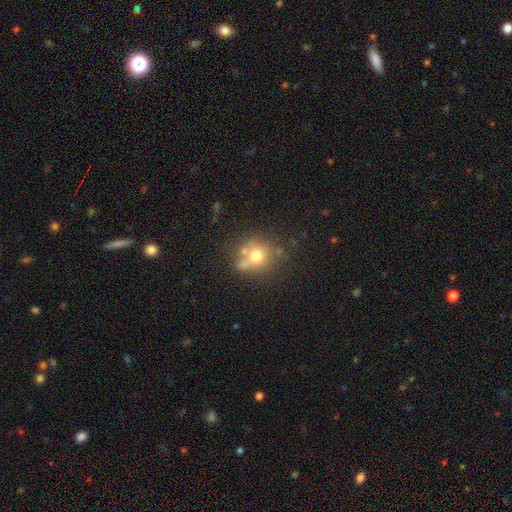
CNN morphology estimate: smooth_or_featured: smooth (p=0.66) [alt: featured or disk p=0.19]
how_rounded: round (p=0.78) [alt: in between p=0.20]
merging: none (p=0.55) [alt: merger p=0.22]